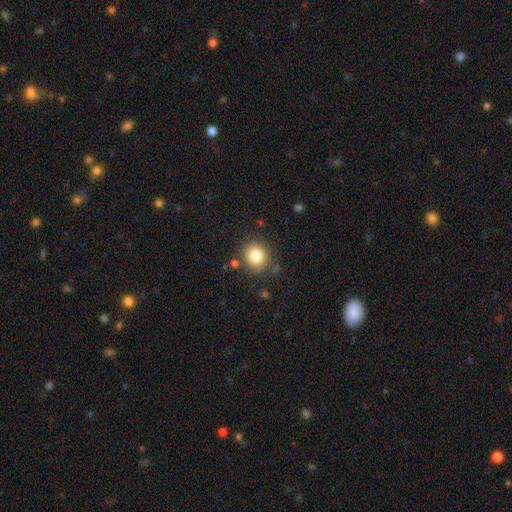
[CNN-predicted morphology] Smooth or featured? smooth (82%)
How rounded? round (86%)
Merging? none (82%)